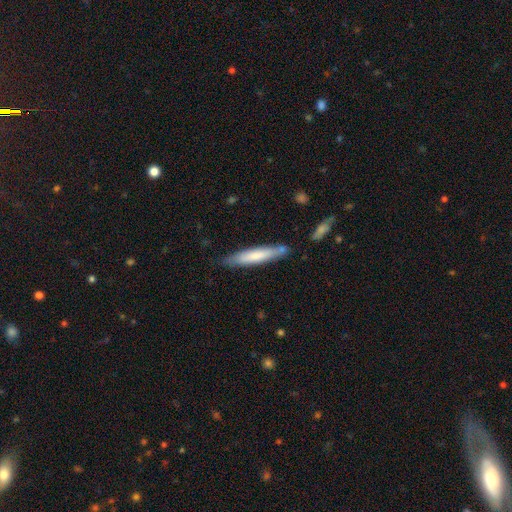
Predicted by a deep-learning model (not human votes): smooth-or-featured: smooth: 69% | featured or disk: 26% | star or artifact: 5%
  how-rounded: cigar-shaped: 89% | in between: 10% | round: 1%
  merging: none: 78% | minor disturbance: 15% | merger: 5% | major disturbance: 3%